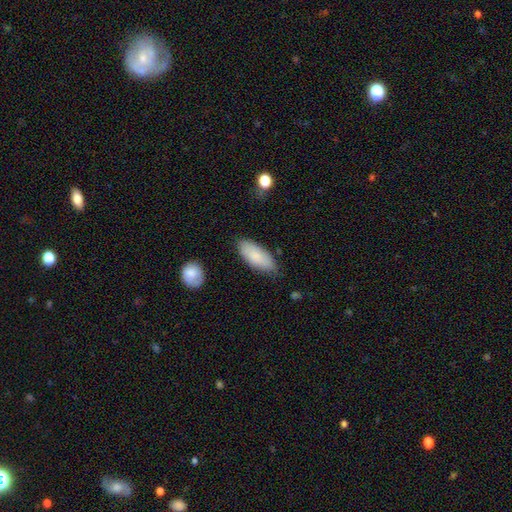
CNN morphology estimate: This is clearly a smooth galaxy (83%). How rounded: clearly in between (82%). Merging: likely none (77%).